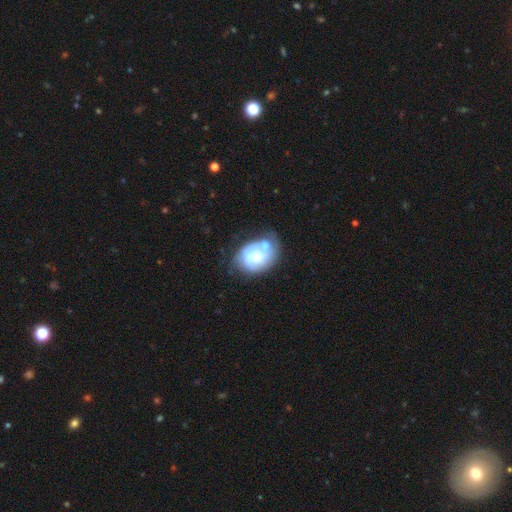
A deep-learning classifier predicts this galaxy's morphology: Smooth or featured?
  - featured or disk: 53% *
  - smooth: 39%
  - star or artifact: 8%
Edge-on disk?
  - no: 97% *
  - yes: 3%
Bar?
  - no: 78% *
  - weak: 18%
  - strong: 4%
Spiral arms?
  - yes: 60% *
  - no: 40%
Bulge size?
  - moderate: 36% *
  - small: 31%
  - large: 15%
  - none: 15%
  - dominant: 3%
Merging?
  - none: 34% *
  - merger: 29%
  - minor disturbance: 23%
  - major disturbance: 15%